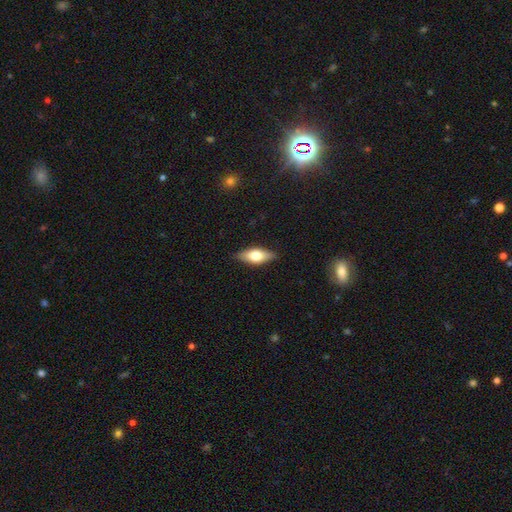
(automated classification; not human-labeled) Overall: smooth (58%; featured or disk 35%). How rounded: in between (77%). Merging: none (85%).